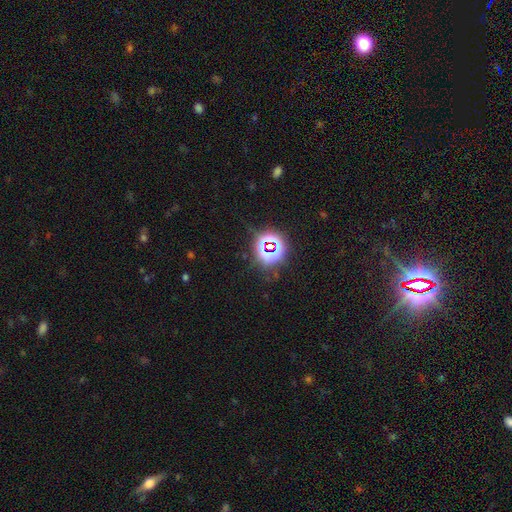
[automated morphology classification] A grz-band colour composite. It shows a star or artifact, not a galaxy (80%).